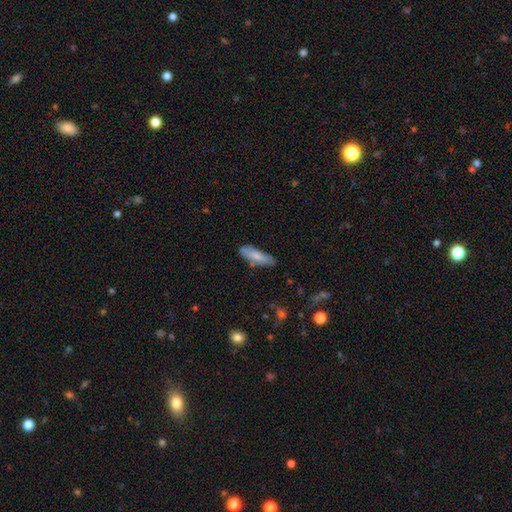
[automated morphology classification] type=smooth (77%); roundness=in between (51%); merging=none (73%).